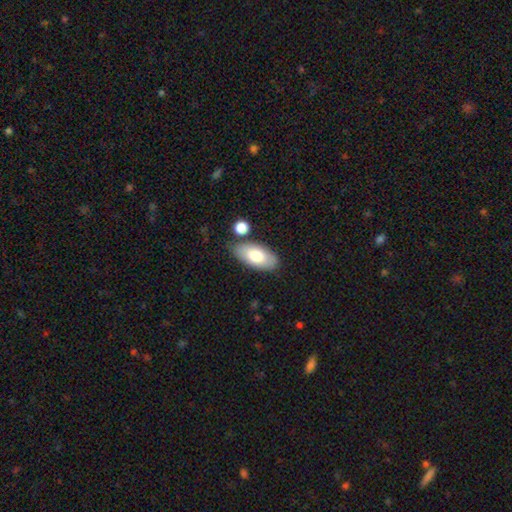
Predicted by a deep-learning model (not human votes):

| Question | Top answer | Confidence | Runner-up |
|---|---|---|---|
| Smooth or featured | smooth | 76% | featured or disk (18%) |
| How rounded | in between | 92% | cigar-shaped (6%) |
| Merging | none | 76% | minor disturbance (14%) |